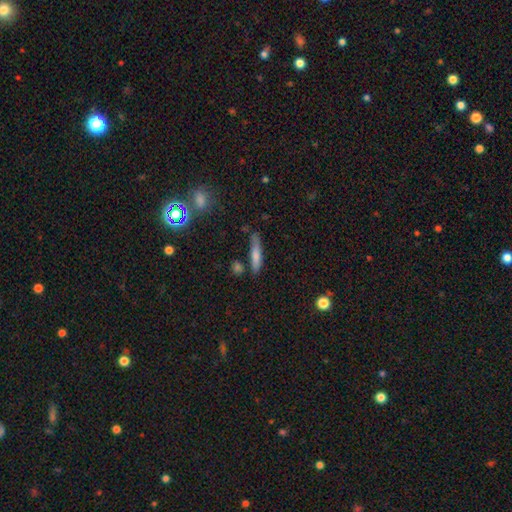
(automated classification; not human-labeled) Morphology: type=smooth (72%); roundness=cigar-shaped (81%); merging=none (67%).